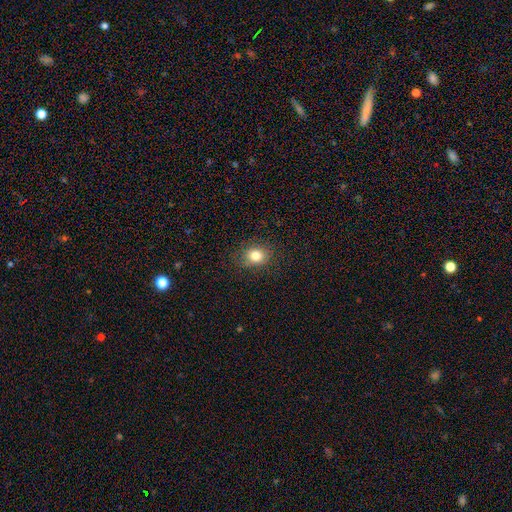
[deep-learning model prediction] This is clearly a smooth galaxy (81%). How rounded: likely round (60%). Merging: clearly none (83%).